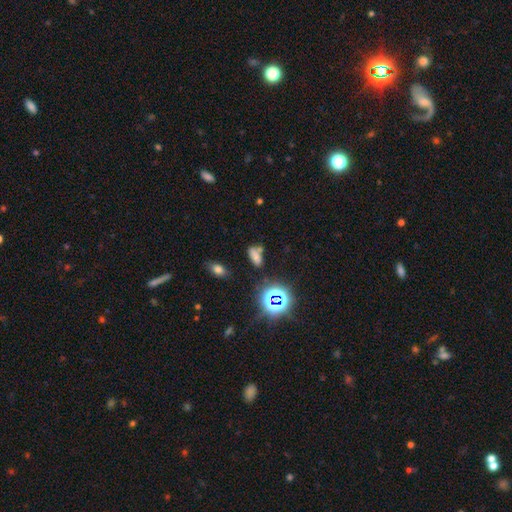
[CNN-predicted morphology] Smooth or featured: smooth — 61% (star or artifact — 29%)
How rounded: in between — 78% (cigar-shaped — 12%)
Merging: none — 57% (merger — 20%)